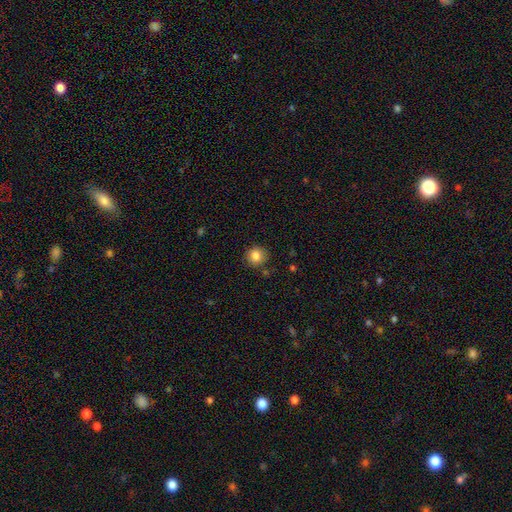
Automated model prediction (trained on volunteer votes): Overall: smooth (84%). How rounded: round (90%). Merging: none (86%).